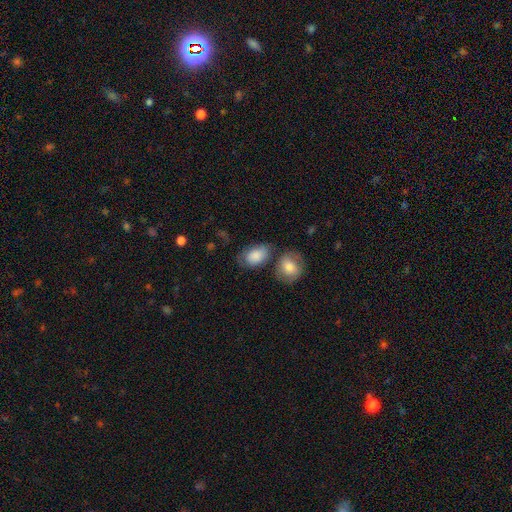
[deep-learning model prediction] Smooth or featured: smooth — 83% (featured or disk — 11%)
How rounded: in between — 86% (round — 13%)
Merging: none — 52% (minor disturbance — 23%)